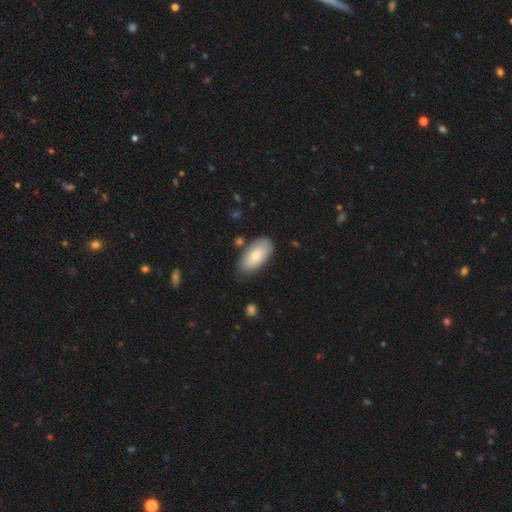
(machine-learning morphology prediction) Smooth or featured? smooth (74%)
How rounded? in between (93%)
Merging? none (74%)